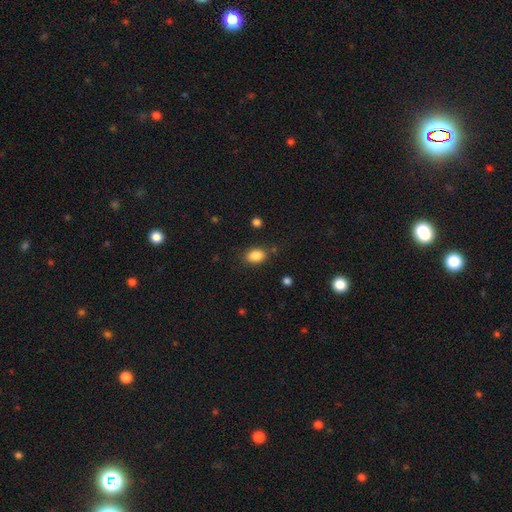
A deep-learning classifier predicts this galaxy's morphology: smooth-or-featured: smooth: 86% | star or artifact: 9% | featured or disk: 5%
  how-rounded: in between: 79% | round: 19% | cigar-shaped: 1%
  merging: none: 81% | minor disturbance: 12% | major disturbance: 4% | merger: 3%